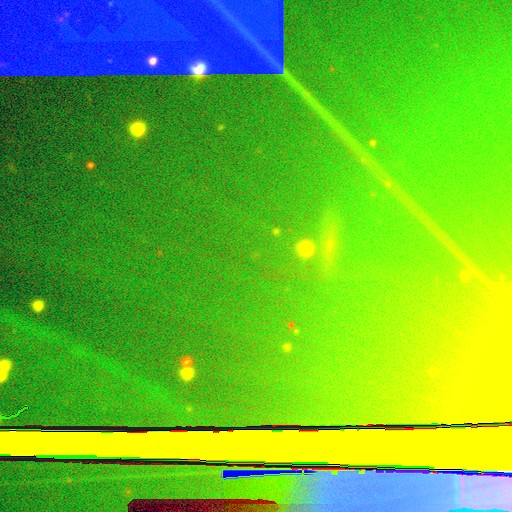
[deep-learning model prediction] smooth_or_featured: star or artifact (p=0.86) [alt: smooth p=0.07]